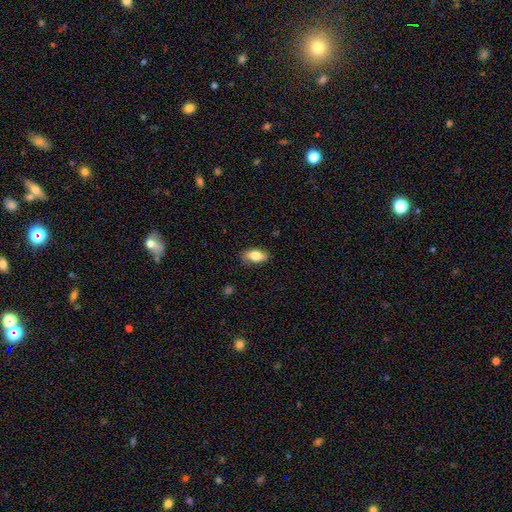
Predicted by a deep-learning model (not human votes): Q: Smooth or featured?
A: smooth (81%); runner-up: featured or disk (13%)
Q: How rounded?
A: in between (88%); runner-up: cigar-shaped (7%)
Q: Merging?
A: none (83%); runner-up: minor disturbance (13%)